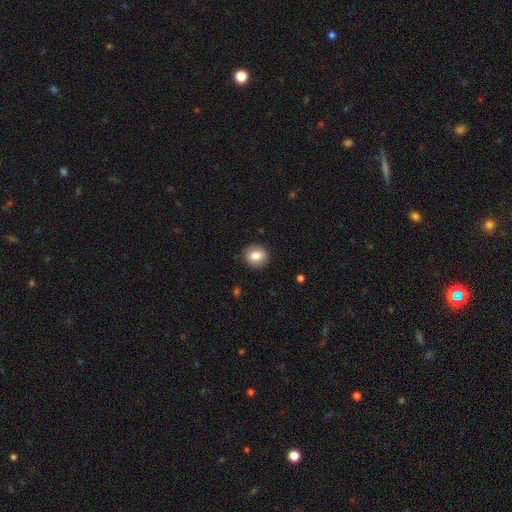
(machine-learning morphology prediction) type=smooth (83%); roundness=round (85%); merging=none (90%).